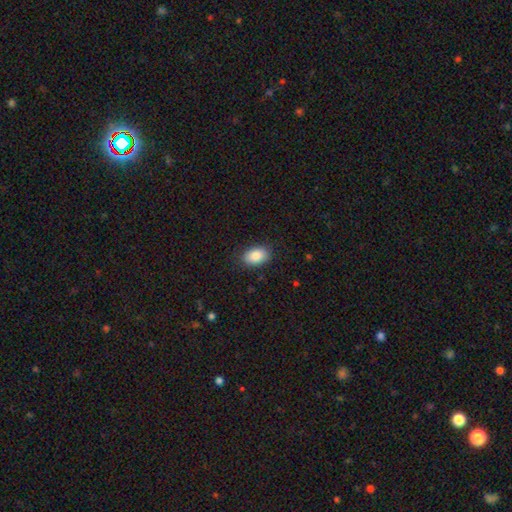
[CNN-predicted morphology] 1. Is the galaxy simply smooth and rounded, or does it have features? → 87% smooth, 7% star or artifact, 6% featured or disk.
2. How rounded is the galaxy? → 87% in between, 12% round, 1% cigar-shaped.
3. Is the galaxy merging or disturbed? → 86% none, 10% minor disturbance, 3% major disturbance, 1% merger.